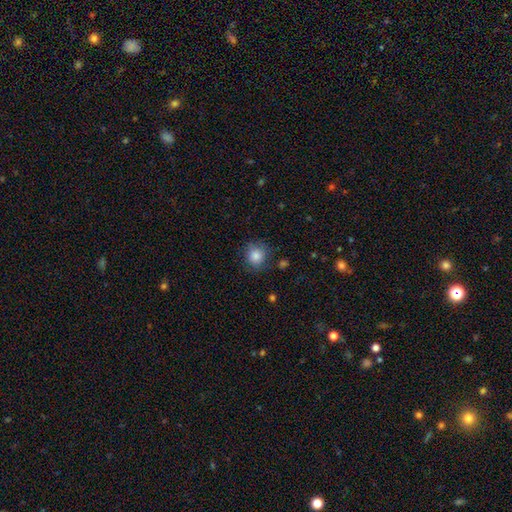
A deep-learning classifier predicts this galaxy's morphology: Smooth or featured?
  - smooth: 84% *
  - star or artifact: 9%
  - featured or disk: 7%
How rounded?
  - round: 90% *
  - in between: 9%
  - cigar-shaped: 1%
Merging?
  - none: 80% *
  - minor disturbance: 14%
  - major disturbance: 4%
  - merger: 2%